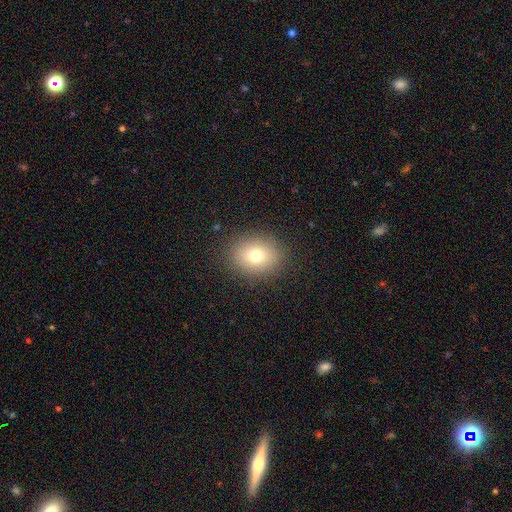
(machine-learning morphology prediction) Smooth or featured?
  - smooth: 75% *
  - star or artifact: 13%
  - featured or disk: 12%
How rounded?
  - round: 55% *
  - in between: 44%
  - cigar-shaped: 1%
Merging?
  - none: 88% *
  - minor disturbance: 8%
  - major disturbance: 3%
  - merger: 1%